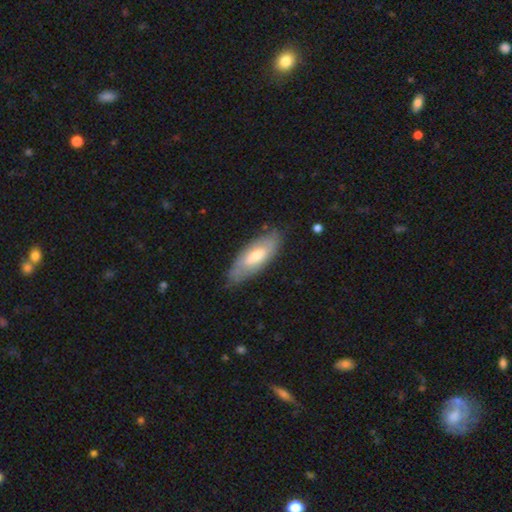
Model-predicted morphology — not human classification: type=smooth (55%); roundness=in between (77%); merging=none (75%).